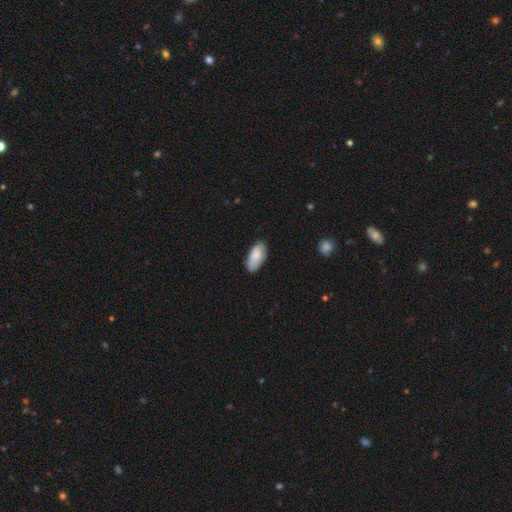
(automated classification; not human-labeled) A smooth galaxy with no disk features (83%) that is in between round and cigar-shaped (93%).

Vote fractions:
- Smooth or featured? smooth: 83% / featured or disk: 11% / star or artifact: 6%
- How rounded? in between: 93% / cigar-shaped: 5% / round: 2%
- Merging? none: 79% / minor disturbance: 17% / major disturbance: 3% / merger: 1%